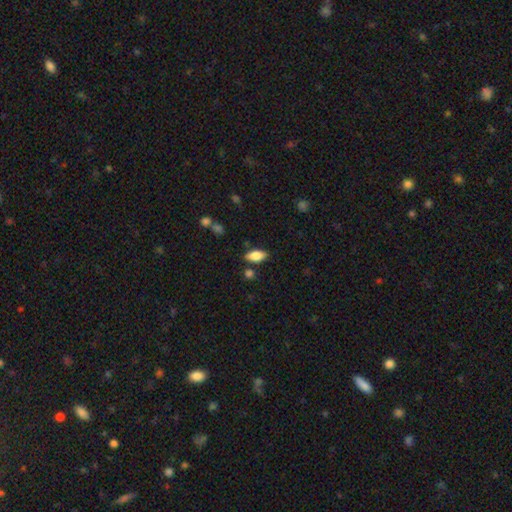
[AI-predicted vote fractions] Morphology: type=smooth (82%); roundness=in between (89%); merging=none (81%).